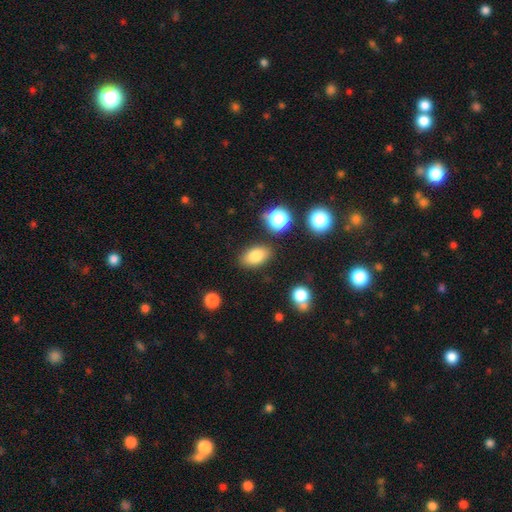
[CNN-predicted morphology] Smooth or featured: smooth — 81% (star or artifact — 10%)
How rounded: in between — 89% (round — 9%)
Merging: none — 83% (minor disturbance — 11%)